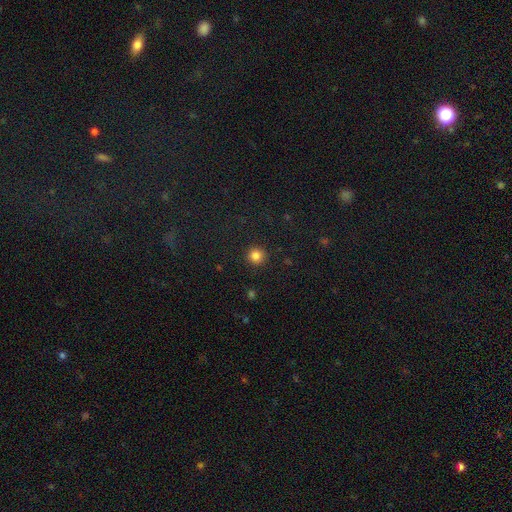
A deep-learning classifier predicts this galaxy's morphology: This is clearly a smooth galaxy (84%). How rounded: clearly round (95%). Merging: clearly none (92%).